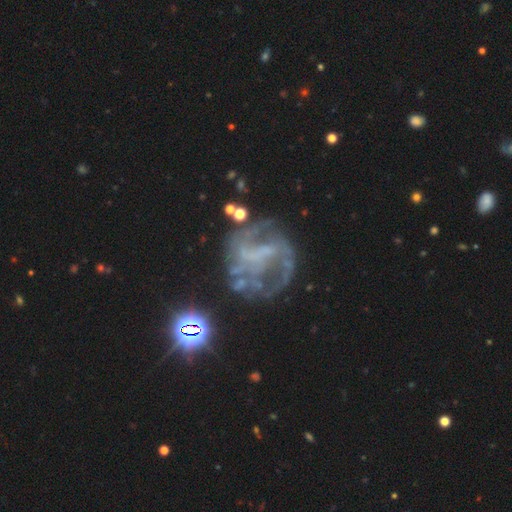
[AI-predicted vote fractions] smooth-or-featured: featured or disk: 74% | star or artifact: 16% | smooth: 10%
  disk-edge-on: no: 98% | yes: 2%
    bar: no: 43% | weak: 36% | strong: 22%
    has-spiral-arms: yes: 75% | no: 25%
      spiral-winding: medium: 41% | loose: 31% | tight: 28%
      spiral-arm-count: 2: 39% | can't tell: 33% | 3: 12% | 1: 7% | 4: 5% | more than 4: 4%
    bulge-size: none: 70% | small: 18% | moderate: 9% | large: 2% | dominant: 1%
  merging: none: 55% | major disturbance: 23% | minor disturbance: 18% | merger: 4%